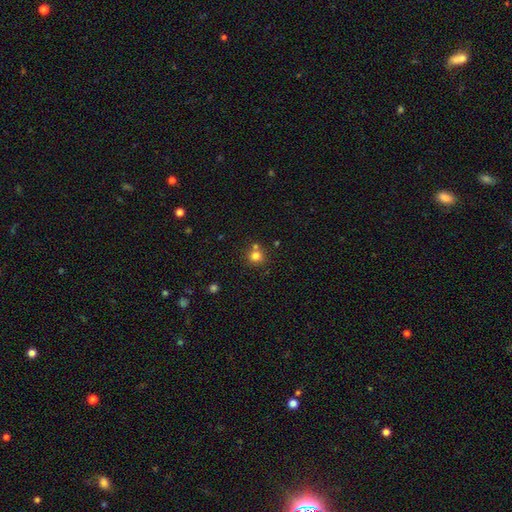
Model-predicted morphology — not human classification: This appears to be a smooth galaxy with no disk features (77%) that is round (89%). Merging: none (65%).